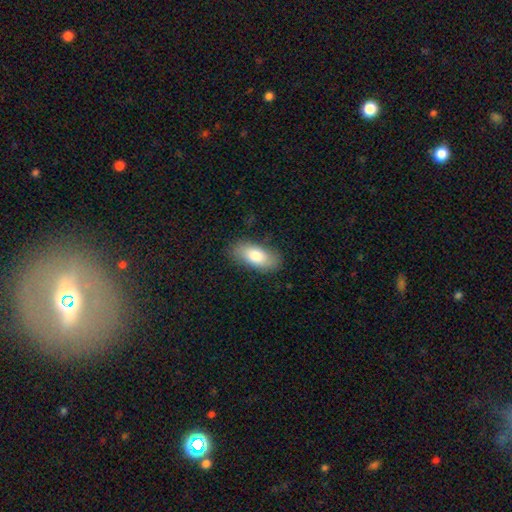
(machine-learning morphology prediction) This is clearly a smooth galaxy (81%). How rounded: clearly in between (87%). Merging: clearly none (82%).